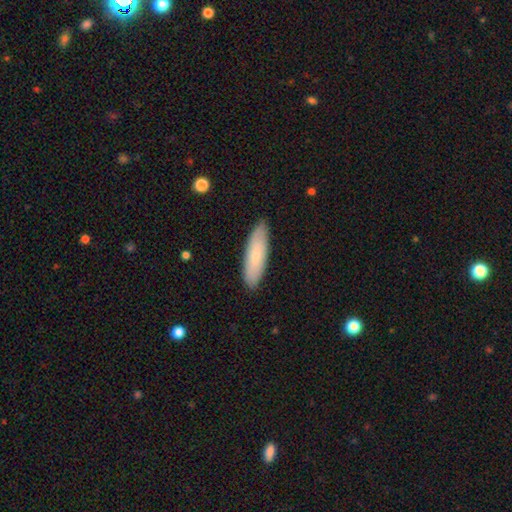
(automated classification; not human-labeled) smooth_or_featured: smooth (p=0.75) [alt: featured or disk p=0.20]
how_rounded: cigar-shaped (p=0.58) [alt: in between p=0.41]
merging: none (p=0.88) [alt: minor disturbance p=0.09]